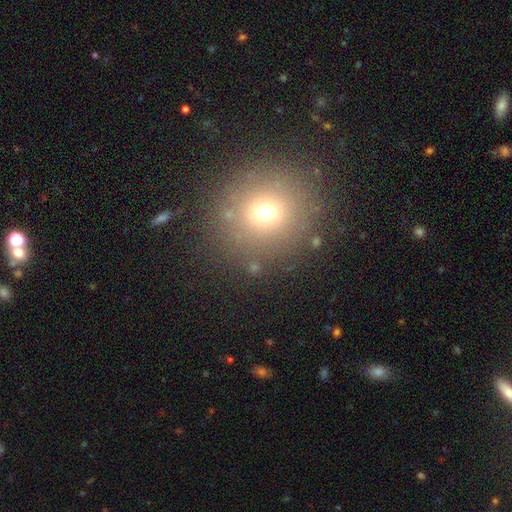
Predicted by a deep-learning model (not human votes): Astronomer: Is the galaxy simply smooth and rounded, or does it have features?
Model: smooth — 67%.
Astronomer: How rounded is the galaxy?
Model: round — 88%.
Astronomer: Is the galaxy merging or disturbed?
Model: none — 86%.